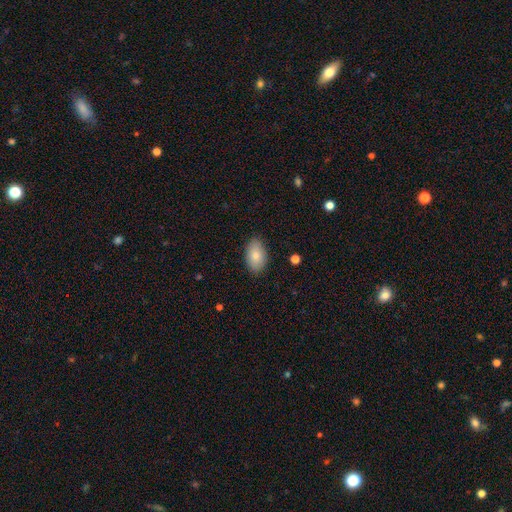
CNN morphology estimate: Q: Smooth or featured?
A: smooth (83%); runner-up: featured or disk (10%)
Q: How rounded?
A: in between (92%); runner-up: round (6%)
Q: Merging?
A: none (86%); runner-up: minor disturbance (10%)